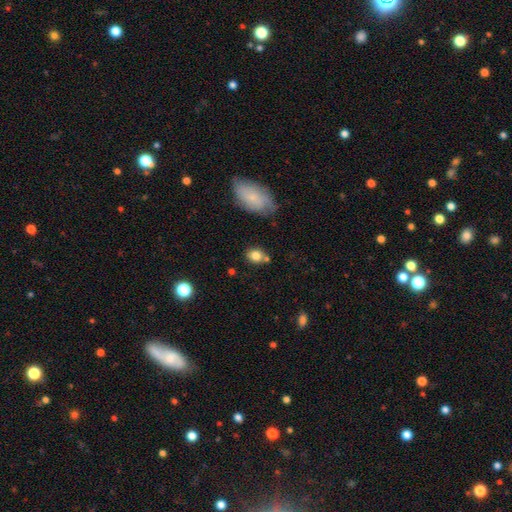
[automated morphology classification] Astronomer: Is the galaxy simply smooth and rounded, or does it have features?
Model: smooth — 80%.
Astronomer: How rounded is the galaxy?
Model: round — 53% (runner-up: in between, 45%).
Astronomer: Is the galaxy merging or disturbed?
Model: none — 66%.